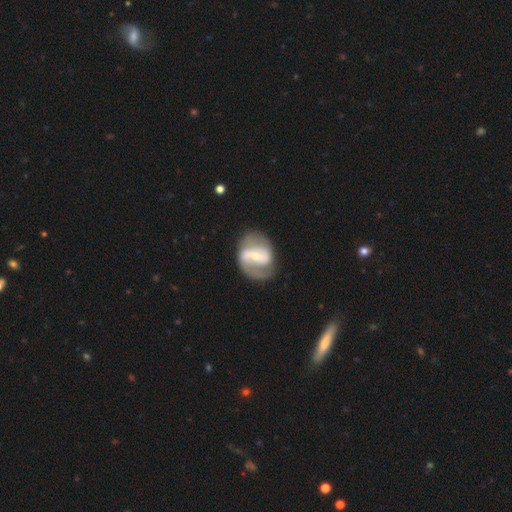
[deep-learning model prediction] smooth-or-featured: featured or disk: 78% | smooth: 16% | star or artifact: 5%
  disk-edge-on: no: 97% | yes: 3%
    bar: strong: 42% | weak: 40% | no: 18%
    has-spiral-arms: yes: 88% | no: 12%
      spiral-winding: medium: 47% | loose: 31% | tight: 22%
      spiral-arm-count: 2: 79% | 1: 10% | can't tell: 7% | 3: 2% | 4: 1% | more than 4: 1%
    bulge-size: small: 61% | moderate: 29% | none: 5% | large: 4% | dominant: 1%
  merging: none: 66% | minor disturbance: 19% | major disturbance: 13% | merger: 2%